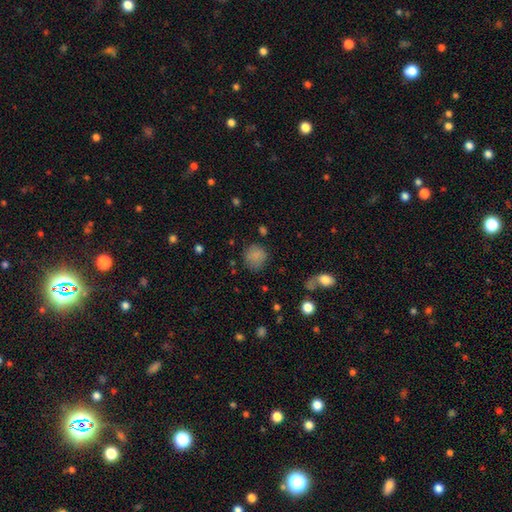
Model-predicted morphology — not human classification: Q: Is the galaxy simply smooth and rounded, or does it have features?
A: smooth — 81%.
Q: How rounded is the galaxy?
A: round — 83%.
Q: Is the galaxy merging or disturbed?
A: none — 74%.